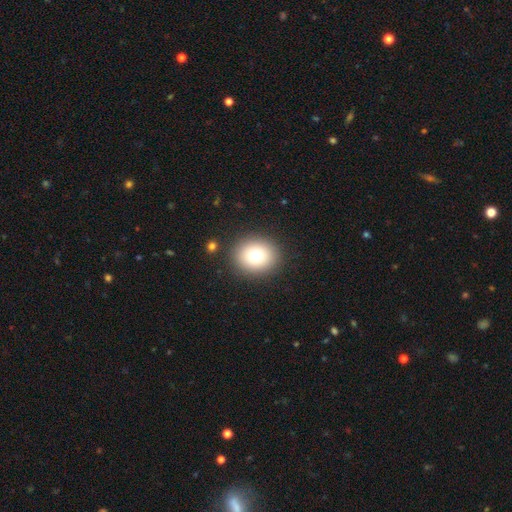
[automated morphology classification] smooth 76%, star or artifact 12%, featured or disk 12%. Down the decision tree: how rounded — round (73%); merging — none (89%).